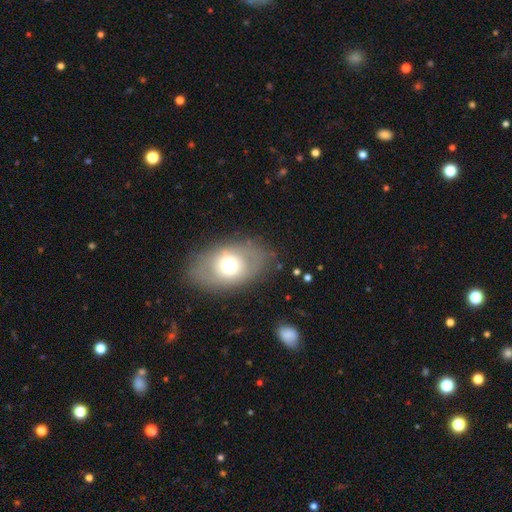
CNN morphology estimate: Smooth or featured: smooth — 54% (featured or disk — 37%)
How rounded: in between — 84% (round — 14%)
Merging: none — 81% (minor disturbance — 13%)